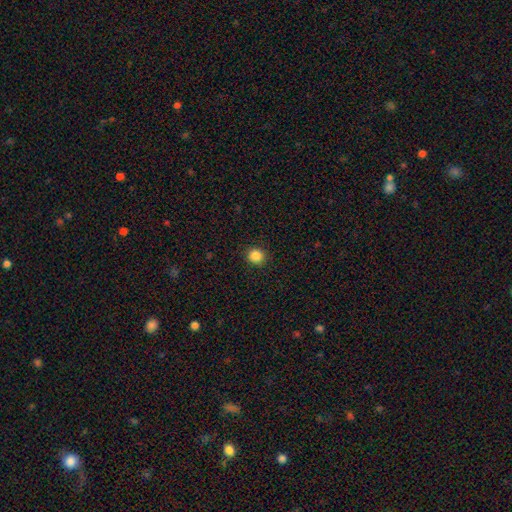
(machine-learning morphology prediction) Overall: smooth (86%). How rounded: round (88%). Merging: none (91%).